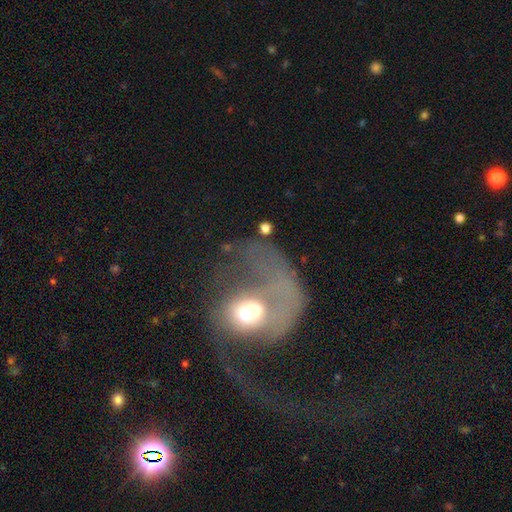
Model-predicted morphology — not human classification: A featured or disk galaxy (53%) with no bar (80%), no spiral arms (59%) and a moderate central bulge (61%). Merging: merger (55%).